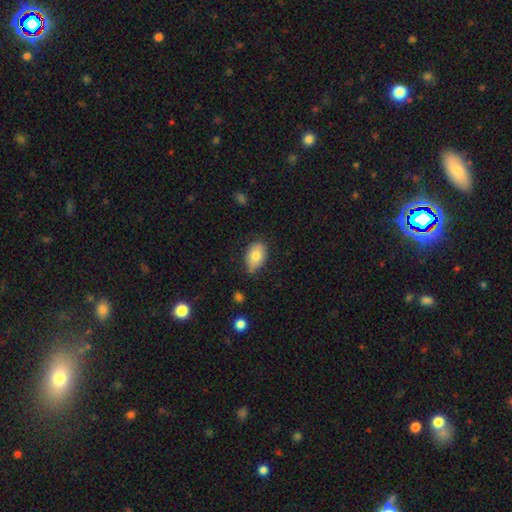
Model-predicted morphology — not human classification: Smooth or featured?
  - smooth: 80% *
  - featured or disk: 13%
  - star or artifact: 8%
How rounded?
  - in between: 86% *
  - round: 13%
  - cigar-shaped: 1%
Merging?
  - none: 68% *
  - minor disturbance: 26%
  - major disturbance: 4%
  - merger: 2%